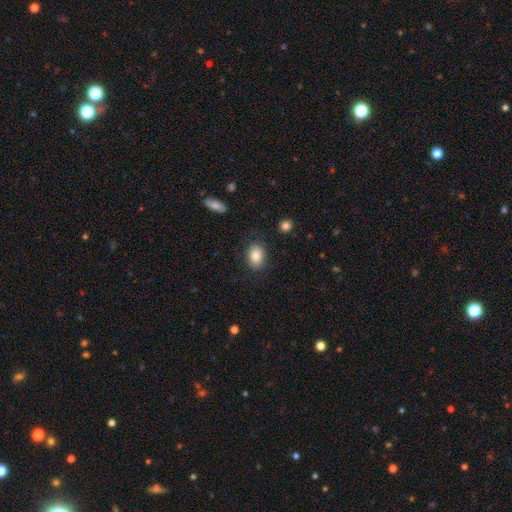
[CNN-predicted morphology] Smooth or featured? Predicted: smooth (p=0.85). How rounded? Predicted: in between (p=0.74). Merging? Predicted: none (p=0.82).